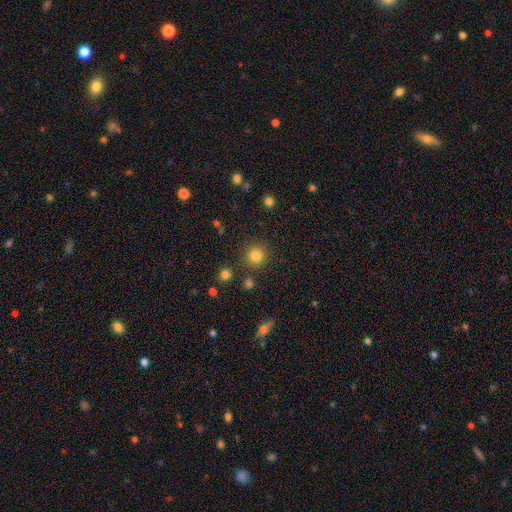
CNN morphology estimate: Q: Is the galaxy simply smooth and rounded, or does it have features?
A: smooth — 83%.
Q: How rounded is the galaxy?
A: round — 94%.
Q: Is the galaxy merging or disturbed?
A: none — 87%.